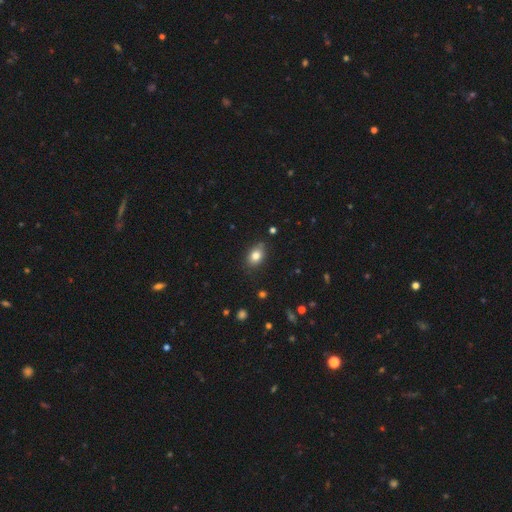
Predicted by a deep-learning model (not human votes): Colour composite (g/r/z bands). It shows a smooth galaxy with no disk features (81%) that is in between round and cigar-shaped (77%). Merging: none (79%).